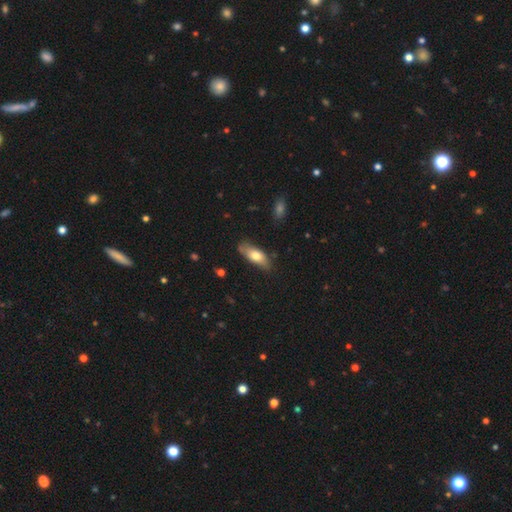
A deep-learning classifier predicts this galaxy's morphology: Smooth or featured: smooth — 71% (featured or disk — 24%)
How rounded: in between — 73% (cigar-shaped — 24%)
Merging: none — 75% (minor disturbance — 19%)